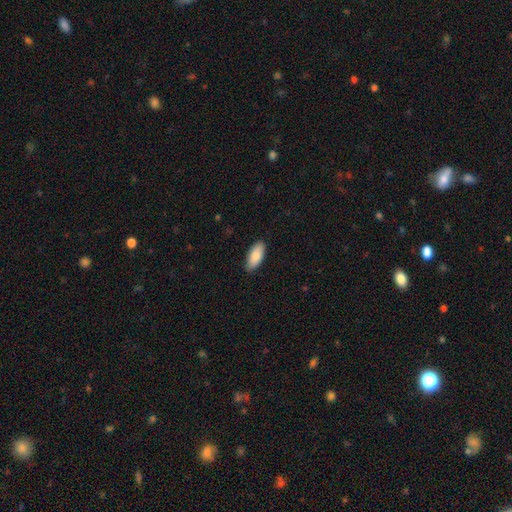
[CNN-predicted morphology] This is clearly a smooth galaxy (86%). How rounded: clearly in between (86%). Merging: clearly none (86%).